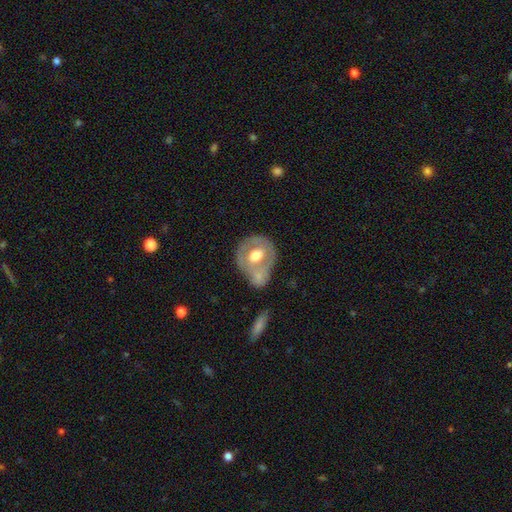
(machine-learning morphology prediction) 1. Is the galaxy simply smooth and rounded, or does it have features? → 49% featured or disk, 45% smooth, 5% star or artifact.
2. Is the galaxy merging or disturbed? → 45% none, 32% merger, 16% minor disturbance, 7% major disturbance.